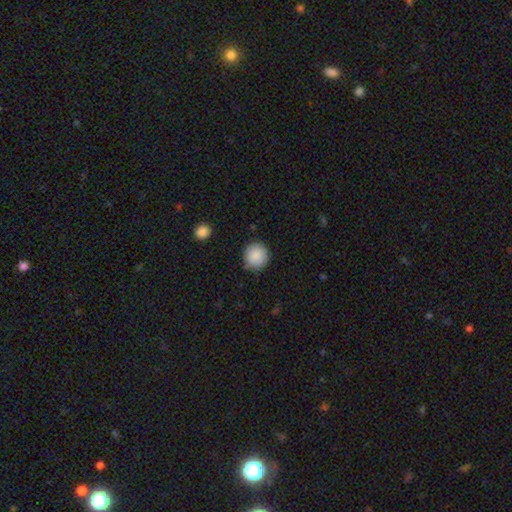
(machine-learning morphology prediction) Smooth or featured?
  - smooth: 88% *
  - star or artifact: 8%
  - featured or disk: 4%
How rounded?
  - round: 93% *
  - in between: 6%
  - cigar-shaped: 1%
Merging?
  - none: 86% *
  - minor disturbance: 10%
  - major disturbance: 2%
  - merger: 2%